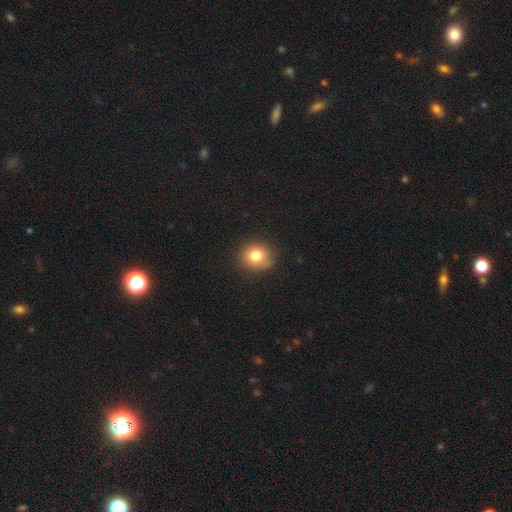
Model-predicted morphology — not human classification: Smooth or featured? Predicted: smooth (p=0.79). How rounded? Predicted: round (p=0.77). Merging? Predicted: none (p=0.81).